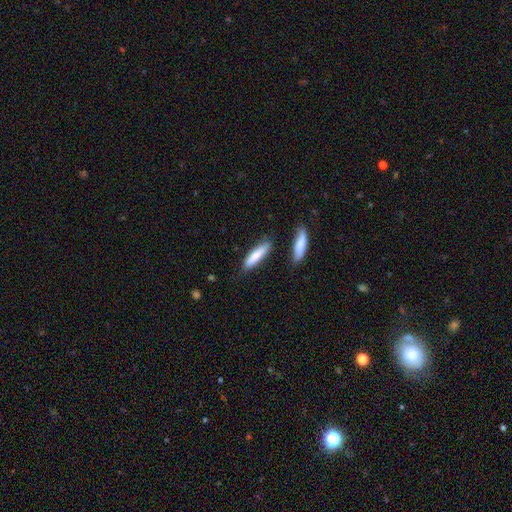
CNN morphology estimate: Overall: smooth (79%). How rounded: cigar-shaped (76%). Merging: none (76%).